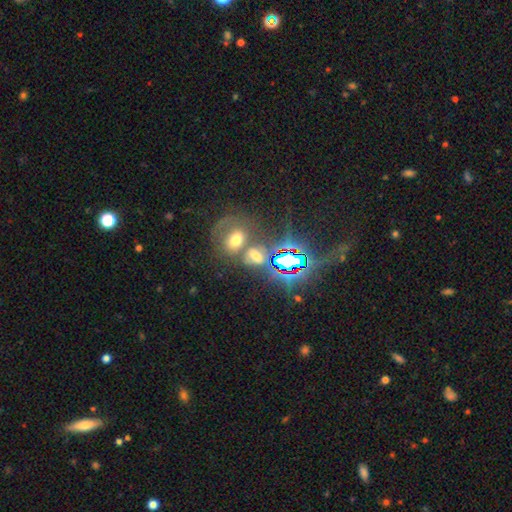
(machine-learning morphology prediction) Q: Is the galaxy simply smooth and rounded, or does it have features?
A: star or artifact — 43%.